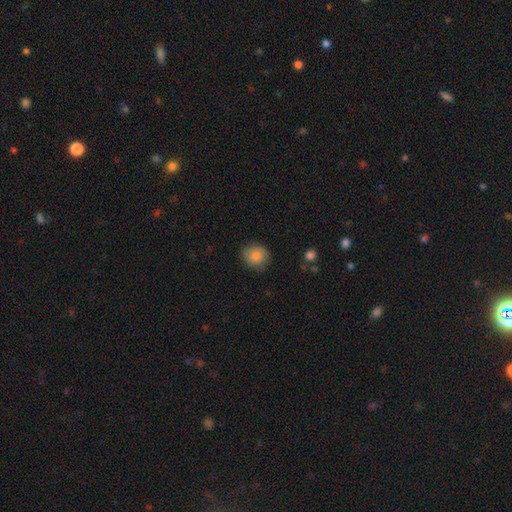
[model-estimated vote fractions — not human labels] A smooth galaxy with no disk features (84%) that is round (81%).

Vote fractions:
- Smooth or featured? smooth: 84% / featured or disk: 9% / star or artifact: 8%
- How rounded? round: 81% / in between: 18% / cigar-shaped: 1%
- Merging? none: 79% / minor disturbance: 16% / major disturbance: 4% / merger: 1%